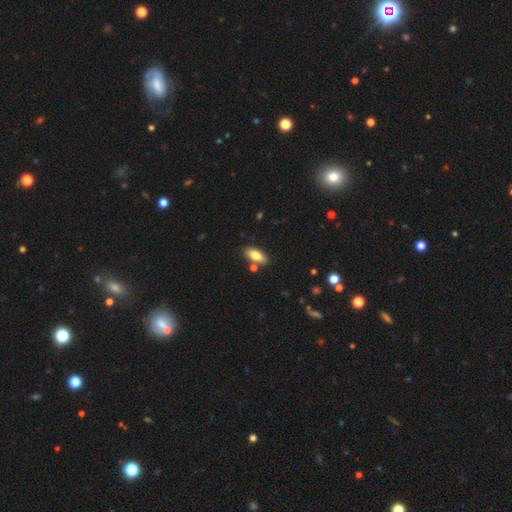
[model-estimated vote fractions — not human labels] A smooth galaxy with no disk features (79%) that is in between round and cigar-shaped (85%). Merging: none (80%).